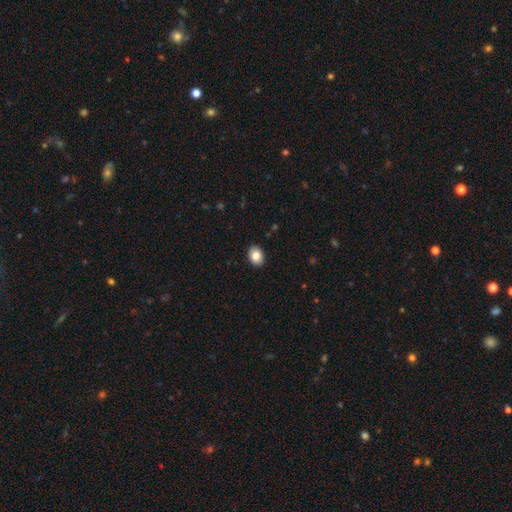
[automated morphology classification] Smooth or featured? Predicted: smooth (p=0.83). How rounded? Predicted: in between (p=0.72). Merging? Predicted: none (p=0.90).